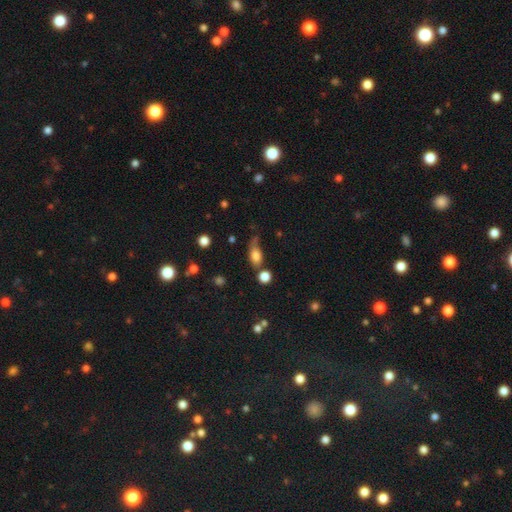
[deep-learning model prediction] A smooth galaxy with no disk features (78%) that is in between round and cigar-shaped (76%).

Vote fractions:
- Smooth or featured? smooth: 78% / featured or disk: 12% / star or artifact: 10%
- How rounded? in between: 76% / round: 16% / cigar-shaped: 9%
- Merging? none: 41% / minor disturbance: 31% / major disturbance: 16% / merger: 12%